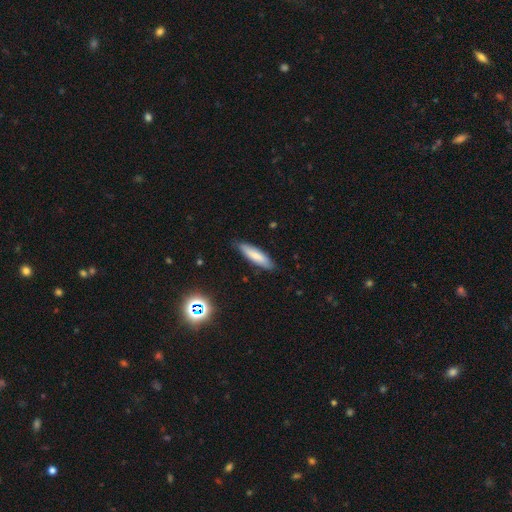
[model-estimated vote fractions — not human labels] Overall: smooth (78%). How rounded: cigar-shaped (68%; in between 30%). Merging: none (85%).